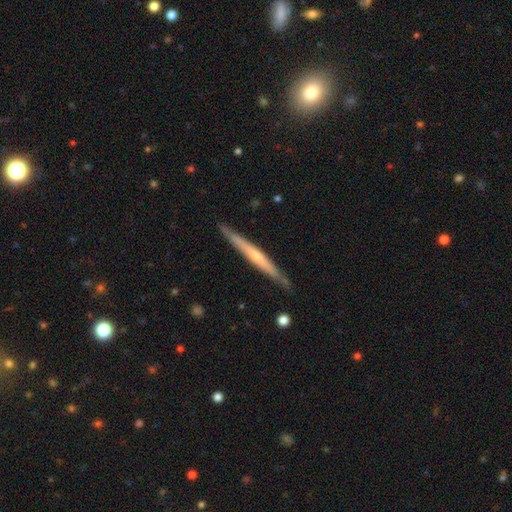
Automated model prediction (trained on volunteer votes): A featured or disk galaxy (68%) viewed edge-on (97%) with a rounded central bulge (56%). Merging: none (86%).